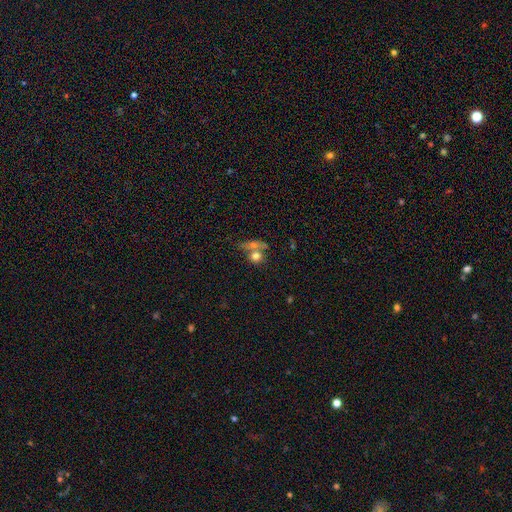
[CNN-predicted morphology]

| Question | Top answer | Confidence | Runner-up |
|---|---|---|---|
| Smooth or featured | smooth | 72% | featured or disk (17%) |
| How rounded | round | 73% | in between (23%) |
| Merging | merger | 46% | none (39%) |